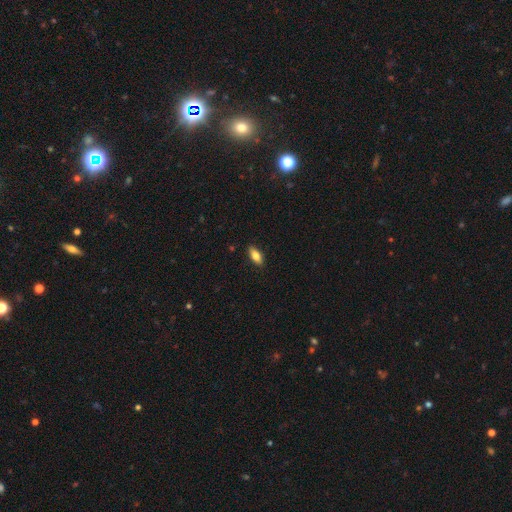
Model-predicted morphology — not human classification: Overall: smooth (75%). How rounded: in between (81%). Merging: none (88%).